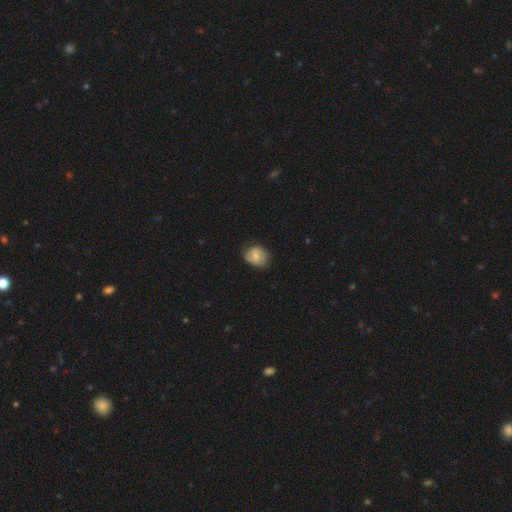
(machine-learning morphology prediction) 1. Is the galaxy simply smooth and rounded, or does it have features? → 66% smooth, 27% featured or disk, 7% star or artifact.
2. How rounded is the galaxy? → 57% round, 42% in between, 1% cigar-shaped.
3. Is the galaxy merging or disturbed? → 65% none, 27% minor disturbance, 7% major disturbance, 1% merger.